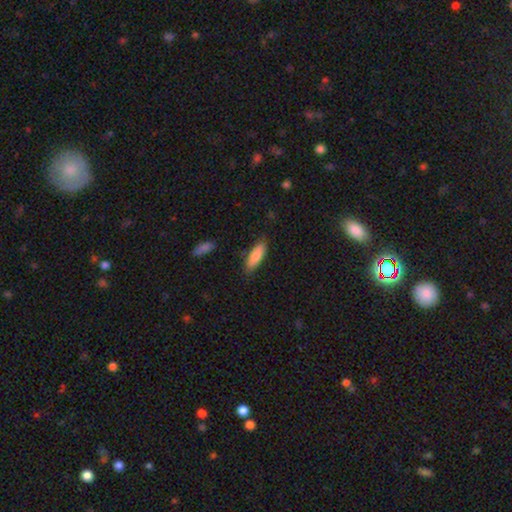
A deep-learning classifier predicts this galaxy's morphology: Q: Smooth or featured?
A: smooth (85%); runner-up: featured or disk (9%)
Q: How rounded?
A: in between (61%); runner-up: cigar-shaped (37%)
Q: Merging?
A: none (81%); runner-up: minor disturbance (14%)